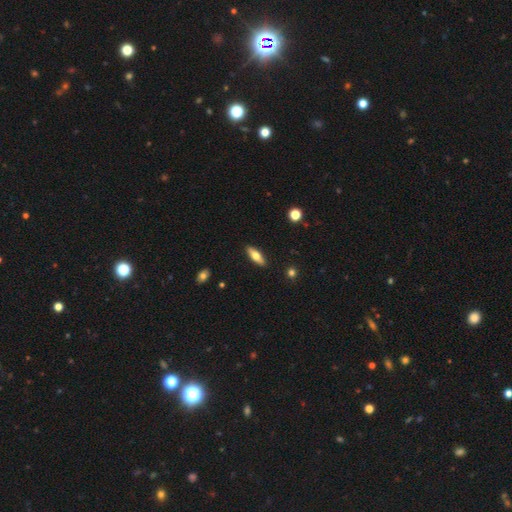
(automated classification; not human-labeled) A smooth galaxy with no disk features (60%) that is in between round and cigar-shaped (54%). Merging: none (89%).